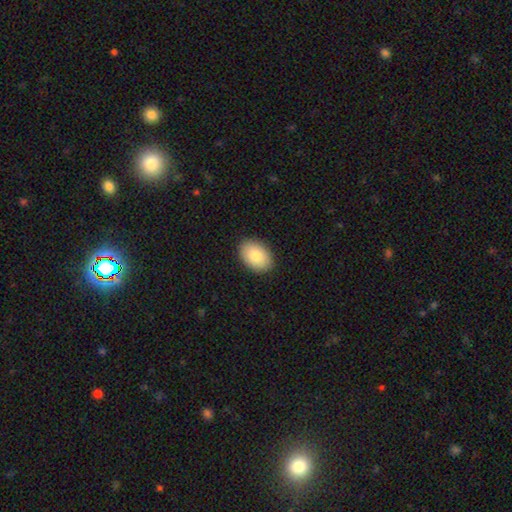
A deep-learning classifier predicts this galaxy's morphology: Smooth or featured?
  - smooth: 87% *
  - featured or disk: 7%
  - star or artifact: 6%
How rounded?
  - in between: 88% *
  - round: 11%
  - cigar-shaped: 1%
Merging?
  - none: 89% *
  - minor disturbance: 8%
  - major disturbance: 2%
  - merger: 1%